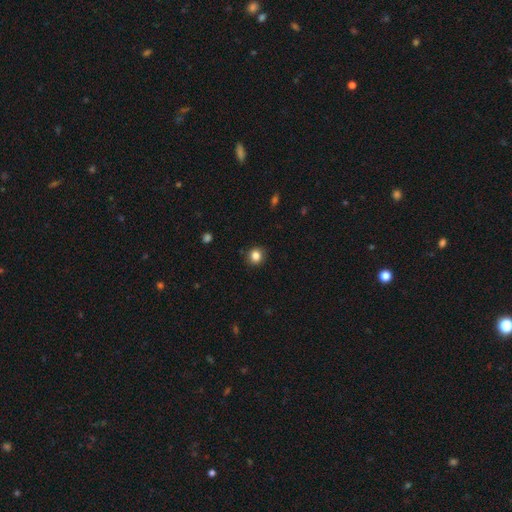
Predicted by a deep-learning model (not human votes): A smooth galaxy with no disk features (84%) that is round (86%).

Vote fractions:
- Smooth or featured? smooth: 84% / star or artifact: 11% / featured or disk: 5%
- How rounded? round: 86% / in between: 13% / cigar-shaped: 1%
- Merging? none: 88% / minor disturbance: 8% / major disturbance: 2% / merger: 1%